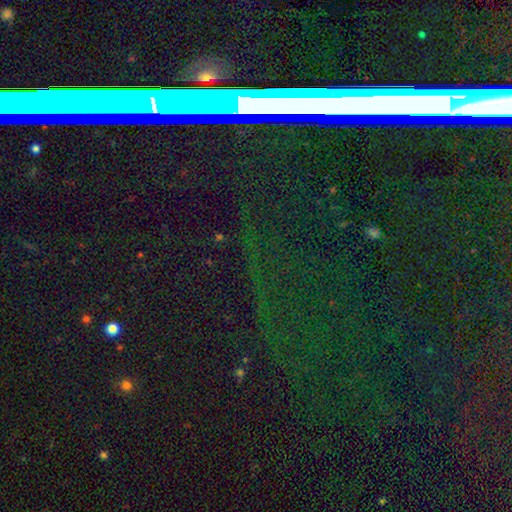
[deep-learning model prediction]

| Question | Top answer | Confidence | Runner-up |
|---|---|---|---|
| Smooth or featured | star or artifact | 77% | smooth (11%) |